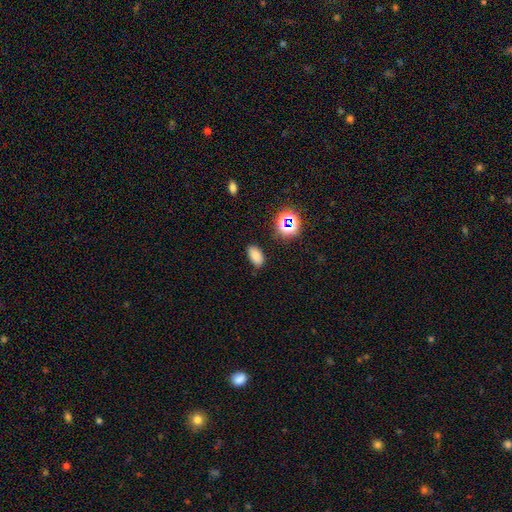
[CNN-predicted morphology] Smooth or featured? smooth (78%)
How rounded? in between (92%)
Merging? none (83%)